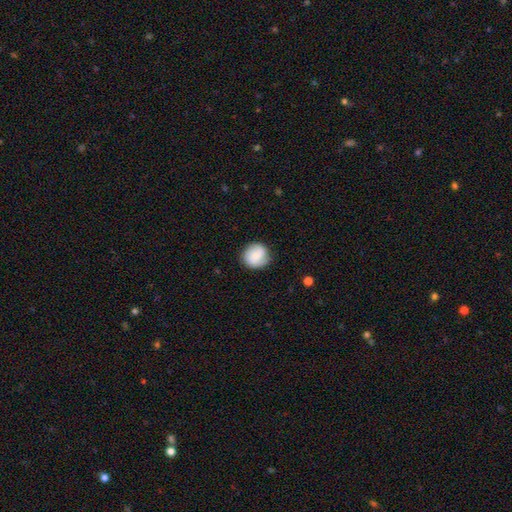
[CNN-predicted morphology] The model was most divided on "smooth or featured": smooth: 67%, featured or disk: 25%, star or artifact: 8%. More confident: how rounded — round (87%); merging — none (76%).